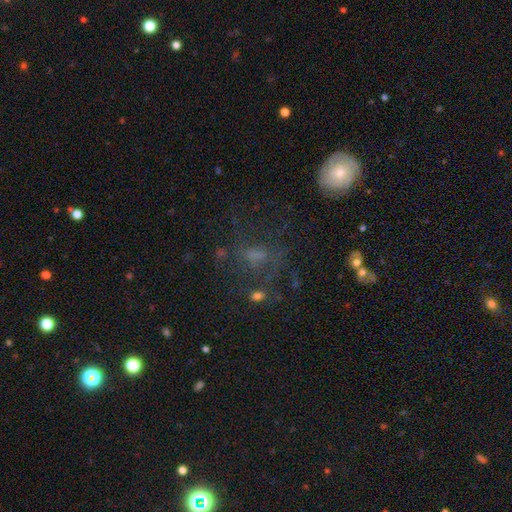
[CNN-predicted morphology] This appears to be a featured or disk galaxy (36%). Merging: none (54%).